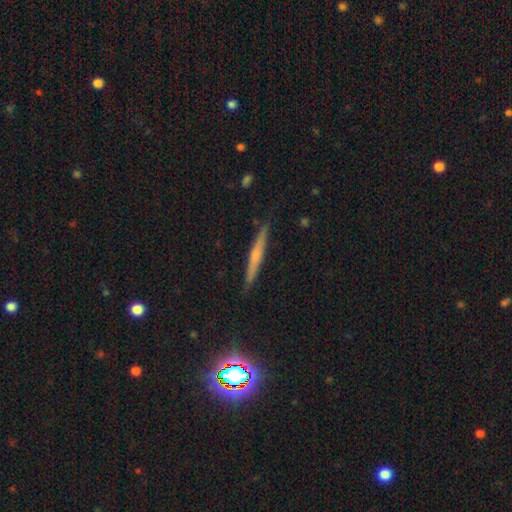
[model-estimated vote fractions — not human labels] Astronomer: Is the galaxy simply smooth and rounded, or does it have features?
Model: featured or disk — 48% (runner-up: smooth, 43%).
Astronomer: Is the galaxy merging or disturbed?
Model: none — 89%.